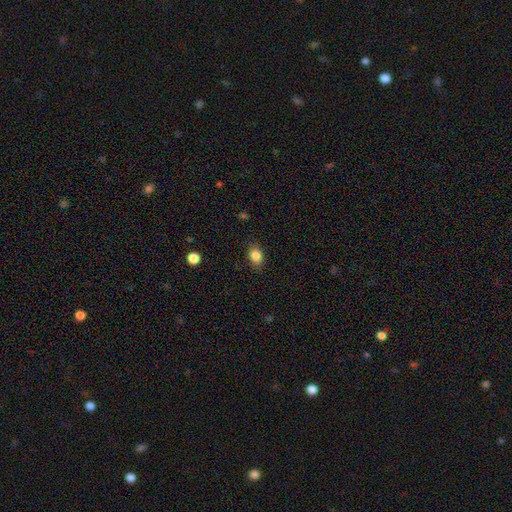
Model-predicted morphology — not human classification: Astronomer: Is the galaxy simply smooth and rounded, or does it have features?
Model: smooth — 85%.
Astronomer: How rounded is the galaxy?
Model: in between — 67%.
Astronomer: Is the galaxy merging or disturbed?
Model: none — 84%.